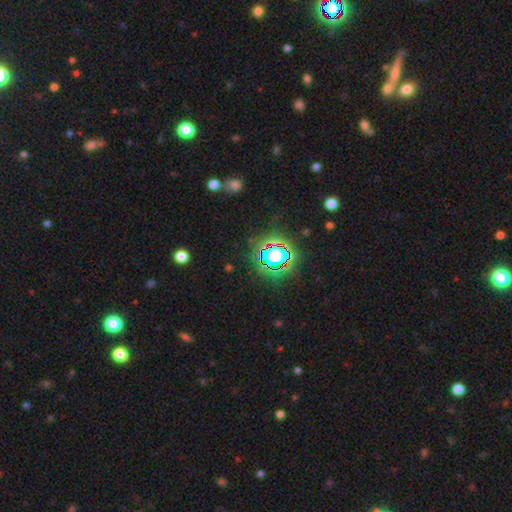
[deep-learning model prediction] Smooth or featured? star or artifact (80%)